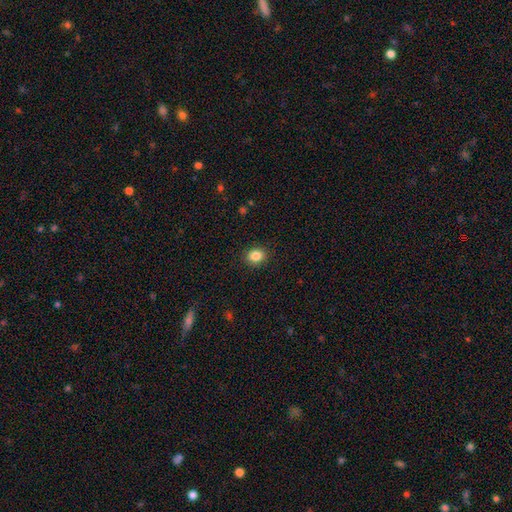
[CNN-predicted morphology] This appears to be a smooth galaxy with no disk features (86%) that is round (51%). Merging: none (90%).